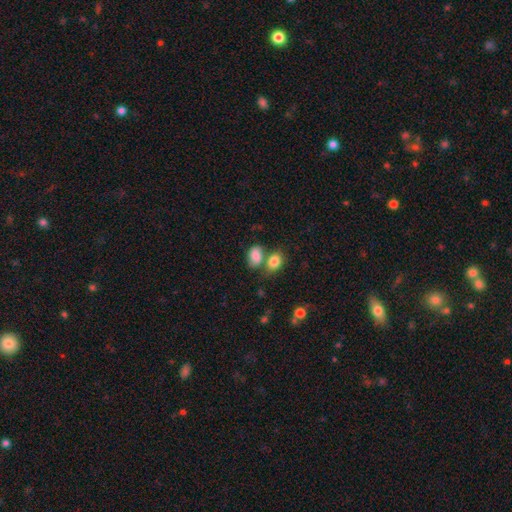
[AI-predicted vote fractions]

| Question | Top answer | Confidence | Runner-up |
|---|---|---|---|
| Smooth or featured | smooth | 84% | star or artifact (8%) |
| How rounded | in between | 80% | round (19%) |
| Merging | merger | 41% | none (39%) |